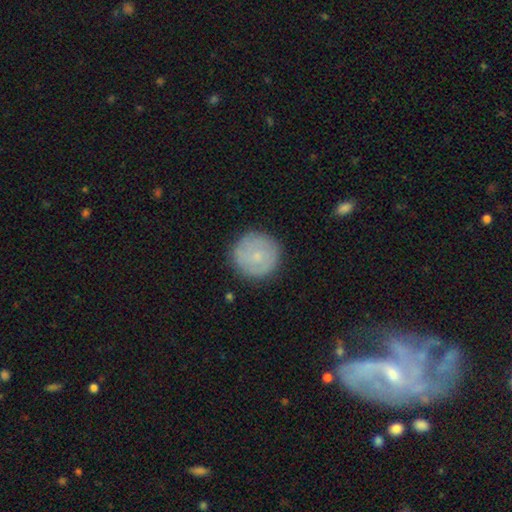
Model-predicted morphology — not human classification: This appears to be a smooth galaxy with no disk features (63%) that is round (96%). Merging: none (87%).